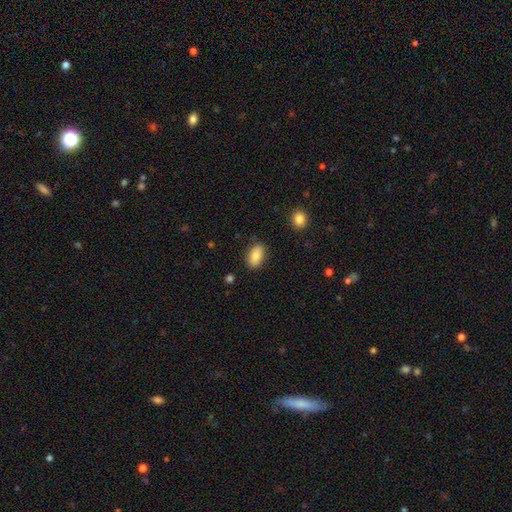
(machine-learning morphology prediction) smooth 84%, featured or disk 9%, star or artifact 7%. Down the decision tree: how rounded — in between (92%); merging — none (84%).